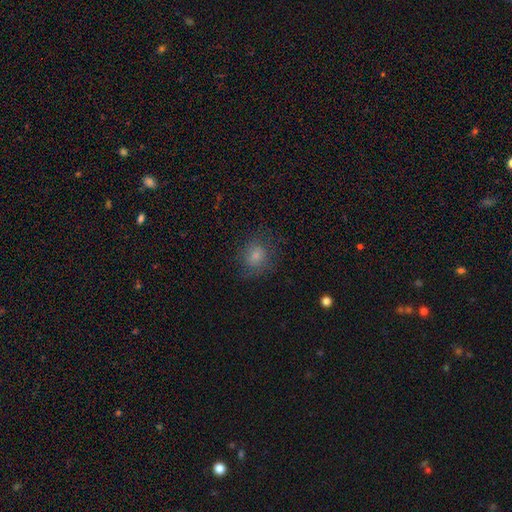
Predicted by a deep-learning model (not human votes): Smooth or featured?
  - smooth: 75% *
  - featured or disk: 14%
  - star or artifact: 12%
How rounded?
  - round: 74% *
  - in between: 25%
  - cigar-shaped: 1%
Merging?
  - none: 72% *
  - minor disturbance: 18%
  - major disturbance: 9%
  - merger: 1%